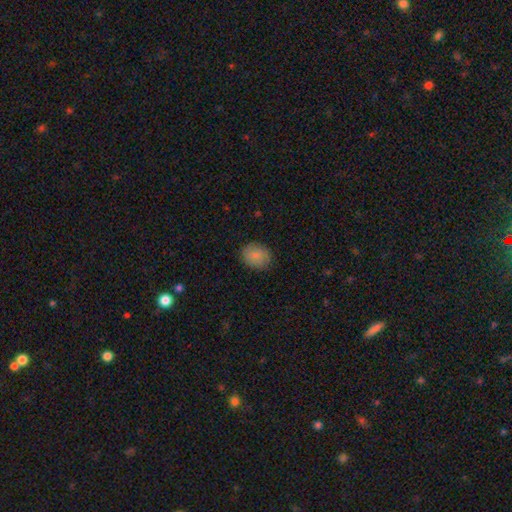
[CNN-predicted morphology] type=smooth (84%); roundness=round (59%); merging=none (84%).